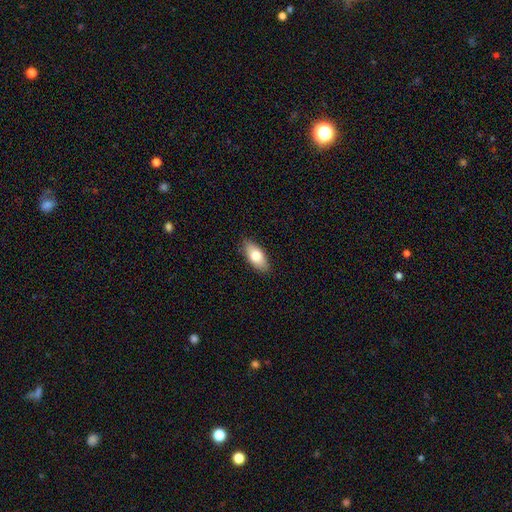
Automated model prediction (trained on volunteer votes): smooth_or_featured: smooth (p=0.78) [alt: featured or disk p=0.16]
how_rounded: in between (p=0.88) [alt: cigar-shaped p=0.09]
merging: none (p=0.88) [alt: minor disturbance p=0.09]